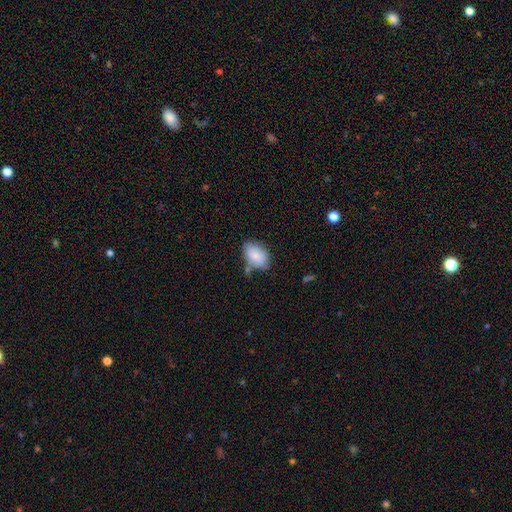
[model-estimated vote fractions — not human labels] Overall: smooth (83%). How rounded: in between (85%). Merging: none (57%; minor disturbance 27%).